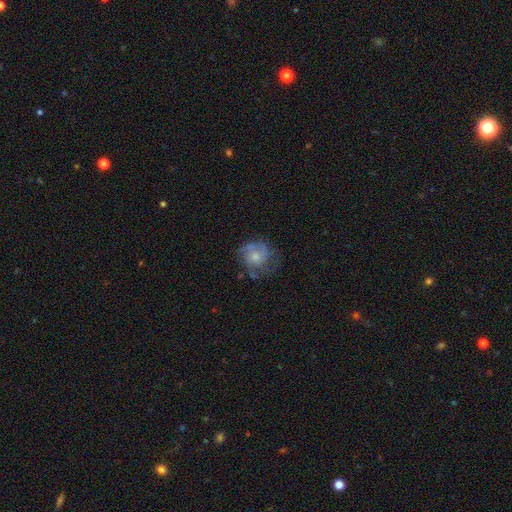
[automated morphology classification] smooth-or-featured: featured or disk: 64% | smooth: 29% | star or artifact: 8%
  disk-edge-on: no: 98% | yes: 2%
    bar: no: 78% | weak: 20% | strong: 3%
    has-spiral-arms: yes: 82% | no: 18%
      spiral-winding: medium: 43% | tight: 39% | loose: 18%
      spiral-arm-count: can't tell: 29% | 2: 28% | 3: 26% | 1: 6% | 4: 6% | more than 4: 4%
    bulge-size: moderate: 45% | small: 41% | none: 7% | large: 5% | dominant: 1%
  merging: none: 57% | minor disturbance: 23% | major disturbance: 18% | merger: 2%